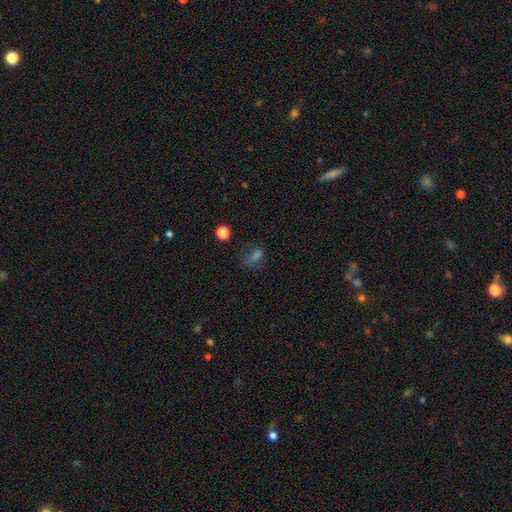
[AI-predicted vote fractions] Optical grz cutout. It shows a smooth galaxy with no disk features (56%) that is in between round and cigar-shaped (65%). Merging: none (51%).